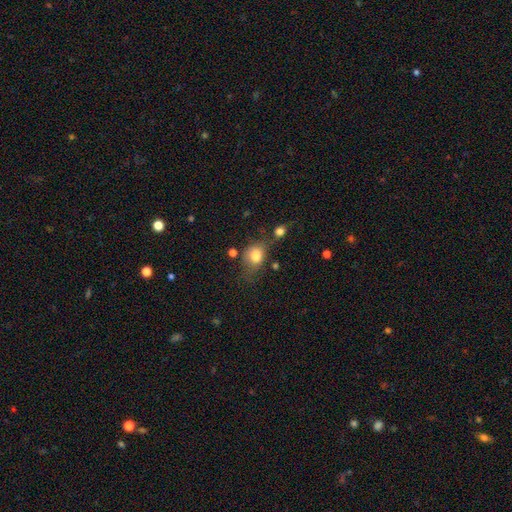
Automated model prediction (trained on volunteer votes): Morphology: type=smooth (78%); roundness=in between (56%); merging=none (45%).